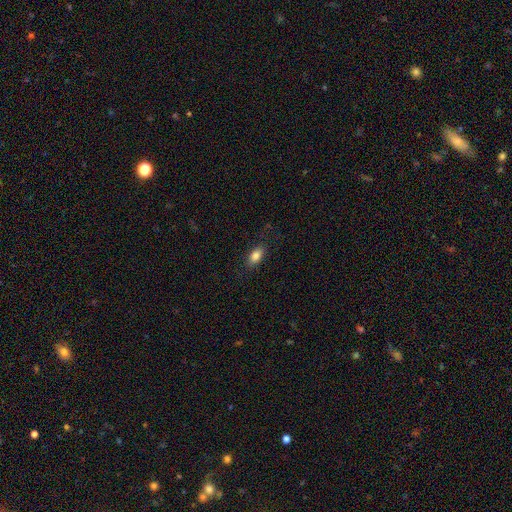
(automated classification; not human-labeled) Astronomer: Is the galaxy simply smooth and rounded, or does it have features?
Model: smooth — 83%.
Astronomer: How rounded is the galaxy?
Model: in between — 88%.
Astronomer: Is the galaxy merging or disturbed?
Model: none — 84%.